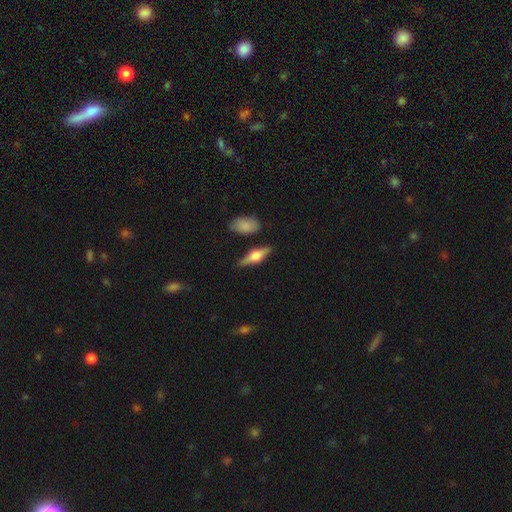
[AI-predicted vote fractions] Smooth or featured? Predicted: featured or disk (p=0.60). Edge-on disk? Predicted: yes (p=0.95). Edge-on bulge? Predicted: rounded (p=0.92). Merging? Predicted: none (p=0.83).